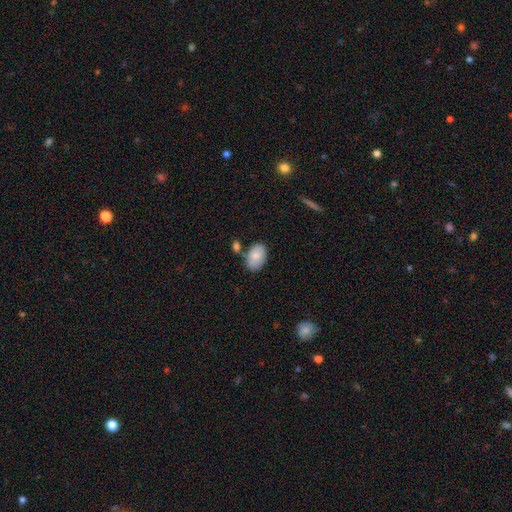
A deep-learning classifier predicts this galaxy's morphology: The model was most divided on "merging": none: 69%, minor disturbance: 16%, merger: 11%, major disturbance: 4%. More confident: how rounded — in between (90%); smooth or featured — smooth (82%).